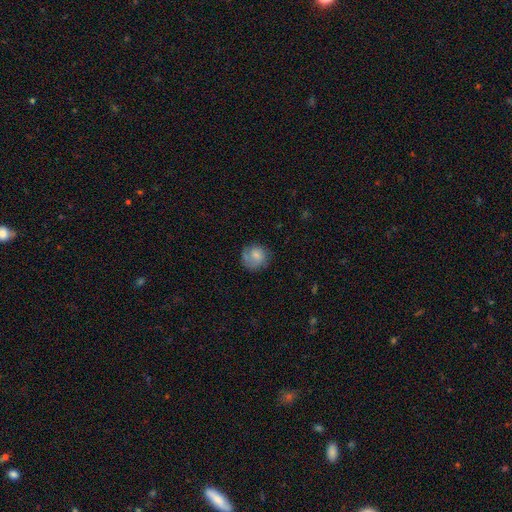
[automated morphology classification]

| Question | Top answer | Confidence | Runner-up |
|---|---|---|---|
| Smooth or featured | smooth | 70% | featured or disk (22%) |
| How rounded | round | 84% | in between (15%) |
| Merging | none | 67% | minor disturbance (21%) |